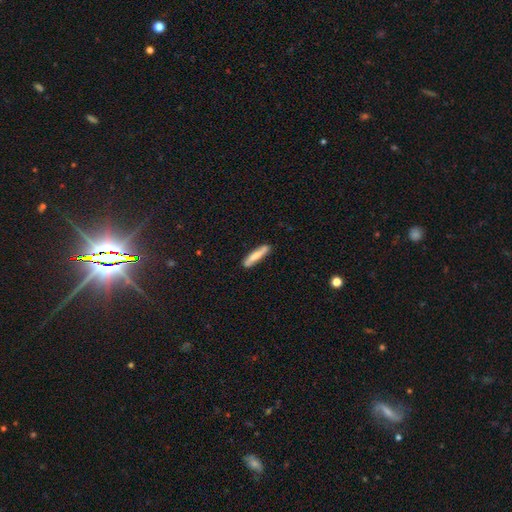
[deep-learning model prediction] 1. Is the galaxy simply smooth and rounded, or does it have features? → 68% smooth, 26% featured or disk, 6% star or artifact.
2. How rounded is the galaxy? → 86% cigar-shaped, 12% in between, 2% round.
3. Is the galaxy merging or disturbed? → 83% none, 13% minor disturbance, 2% major disturbance, 2% merger.